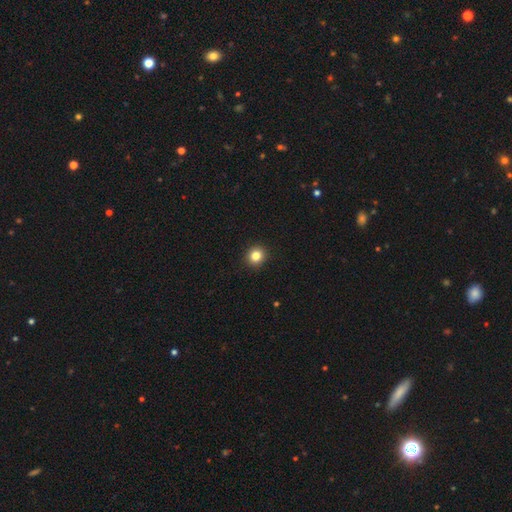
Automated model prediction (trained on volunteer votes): smooth 83%, star or artifact 11%, featured or disk 5%. Down the decision tree: how rounded — round (89%); merging — none (93%).